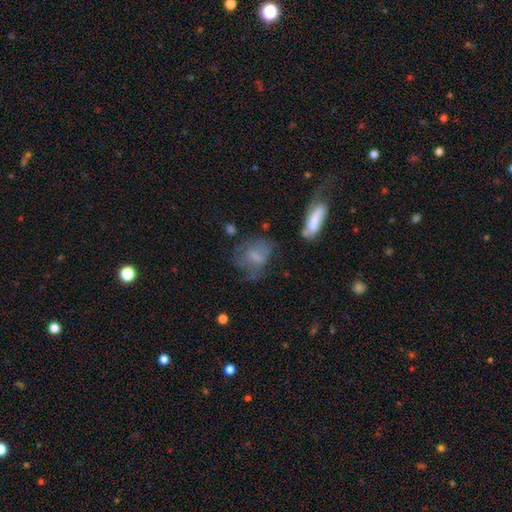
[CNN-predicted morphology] This appears to be a smooth galaxy with no disk features (58%) that is in between round and cigar-shaped (62%). Merging: none (41%).